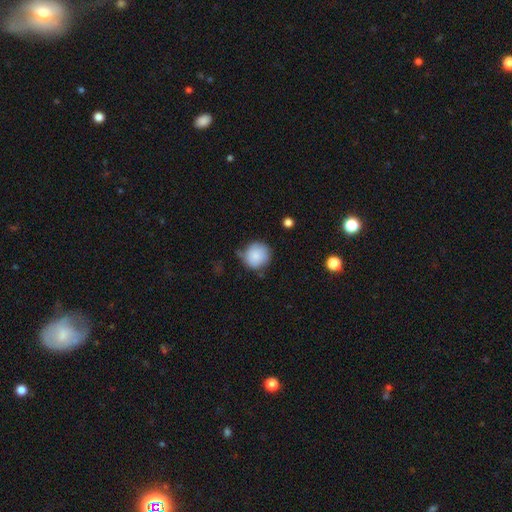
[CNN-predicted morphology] smooth_or_featured: smooth (p=0.82) [alt: featured or disk p=0.10]
how_rounded: round (p=0.92) [alt: in between p=0.07]
merging: none (p=0.62) [alt: minor disturbance p=0.28]